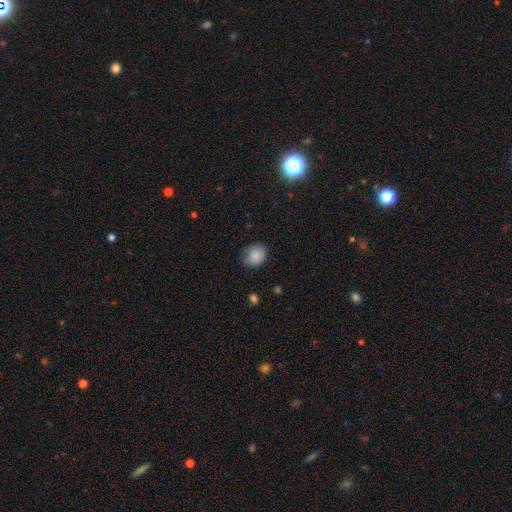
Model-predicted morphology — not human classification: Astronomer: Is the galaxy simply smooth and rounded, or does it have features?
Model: smooth — 86%.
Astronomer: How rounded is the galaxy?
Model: round — 65%.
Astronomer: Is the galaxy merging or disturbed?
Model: none — 73%.